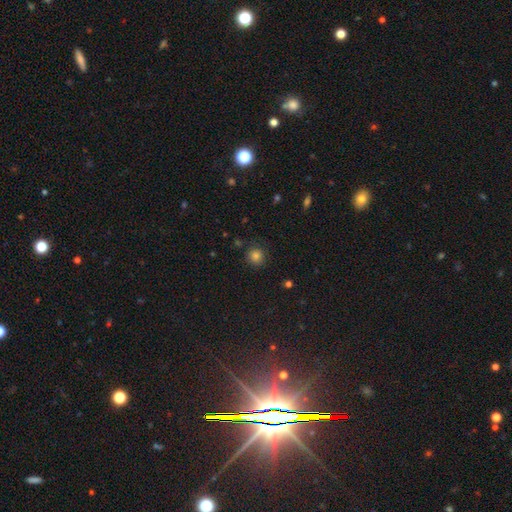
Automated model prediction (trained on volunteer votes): Smooth or featured? Predicted: smooth (p=0.81). How rounded? Predicted: round (p=0.93). Merging? Predicted: none (p=0.85).